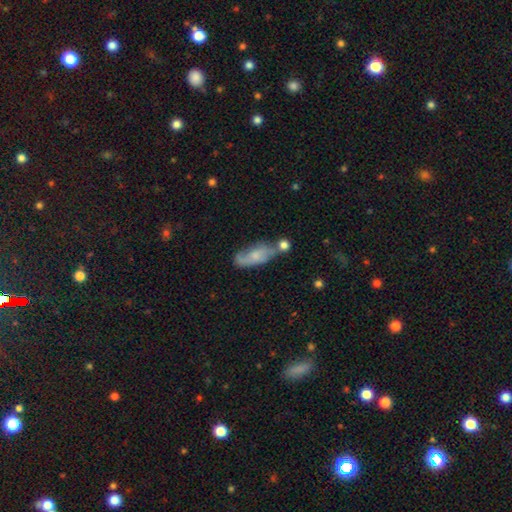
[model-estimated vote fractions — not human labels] The model was most divided on "smooth or featured": smooth: 48%, featured or disk: 45%, star or artifact: 8%. Remaining: merging — none (45%).